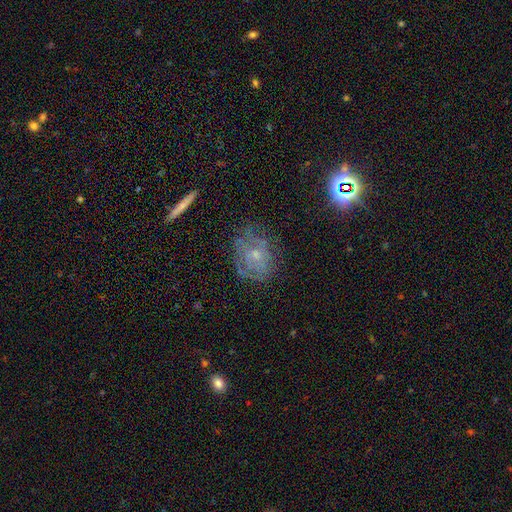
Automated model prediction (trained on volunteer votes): The model was most divided on "spiral arms": yes: 60%, no: 40%. More confident: edge-on disk — no (95%); bar — no (79%); merging — none (62%); smooth or featured — featured or disk (58%); bulge size — small (58%).